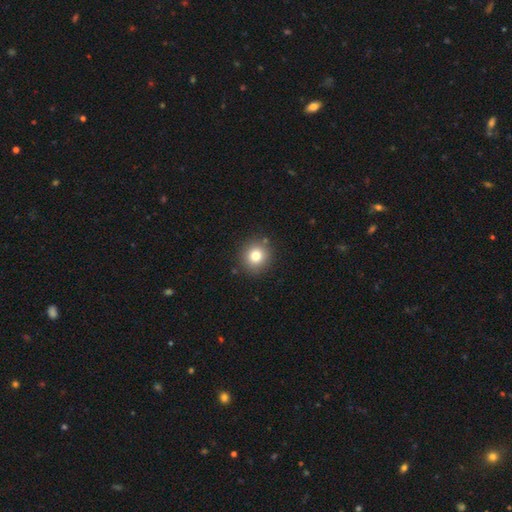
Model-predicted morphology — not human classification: Smooth or featured? Predicted: smooth (p=0.79). How rounded? Predicted: round (p=0.91). Merging? Predicted: none (p=0.87).